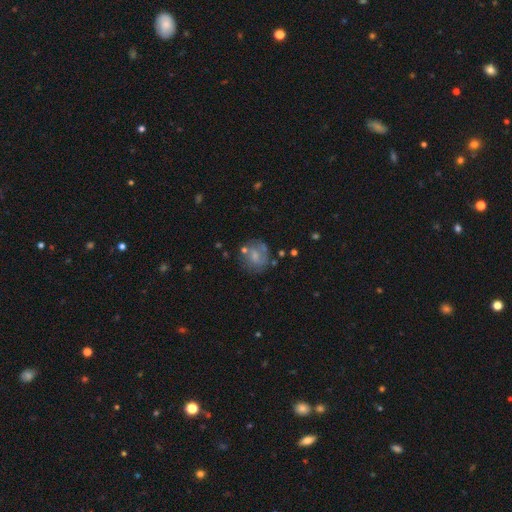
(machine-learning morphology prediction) Q: Smooth or featured?
A: smooth (48%); runner-up: featured or disk (42%)
Q: Merging?
A: none (59%); runner-up: minor disturbance (21%)